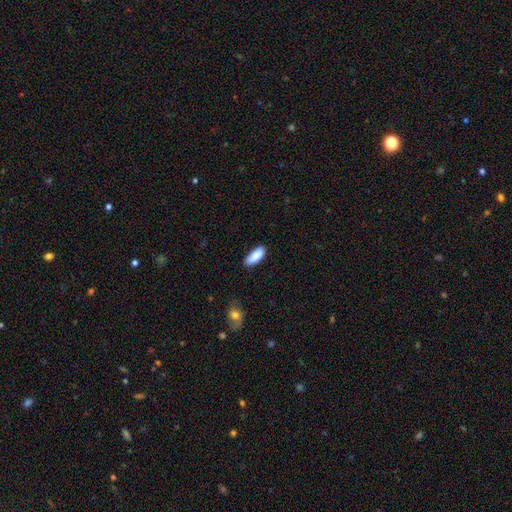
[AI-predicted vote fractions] A smooth galaxy with no disk features (89%) that is in between round and cigar-shaped (73%). Merging: none (84%).